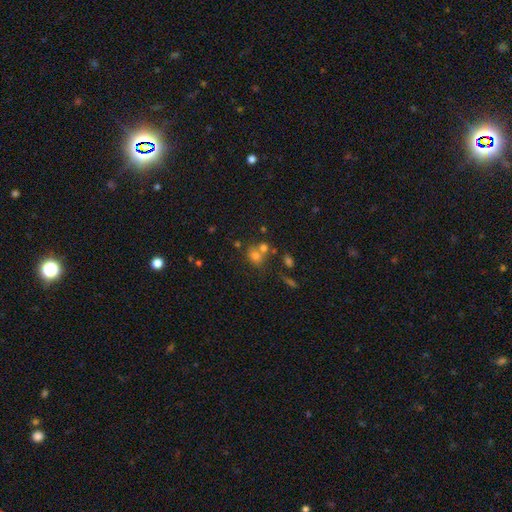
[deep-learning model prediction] Smooth or featured? smooth (68%)
How rounded? round (68%)
Merging? none (44%)